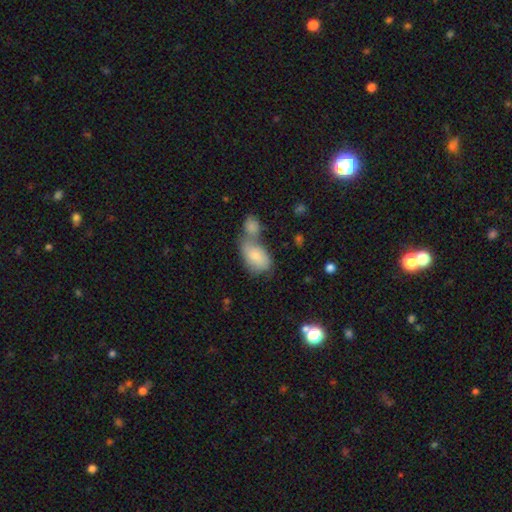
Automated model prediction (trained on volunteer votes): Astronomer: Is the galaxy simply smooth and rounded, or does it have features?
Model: smooth — 78%.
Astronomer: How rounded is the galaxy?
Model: in between — 89%.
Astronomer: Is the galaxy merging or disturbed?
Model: merger — 56%.